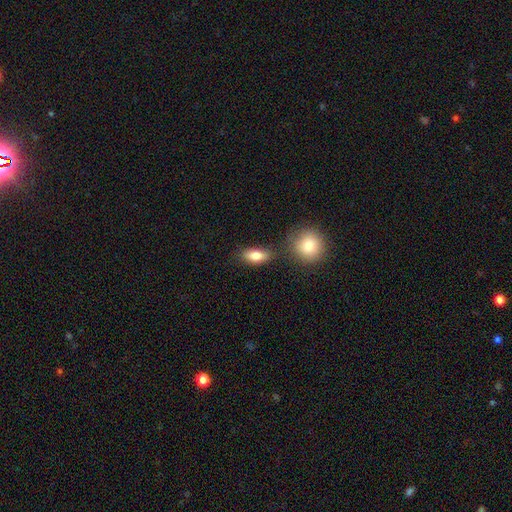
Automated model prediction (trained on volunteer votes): Overall: smooth (81%). How rounded: in between (83%). Merging: none (70%).